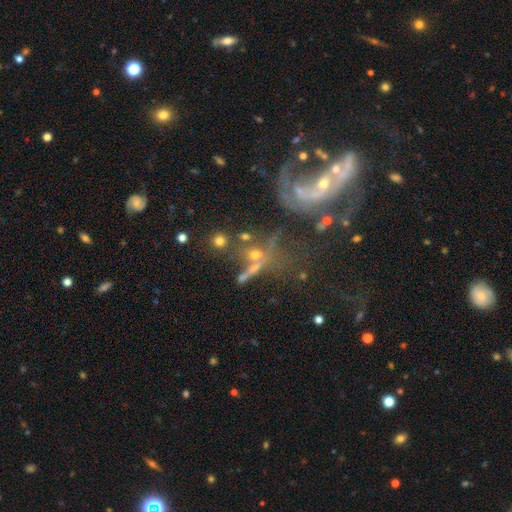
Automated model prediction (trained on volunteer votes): smooth_or_featured: featured or disk (p=0.48) [alt: smooth p=0.29]
merging: none (p=0.39) [alt: merger p=0.29]